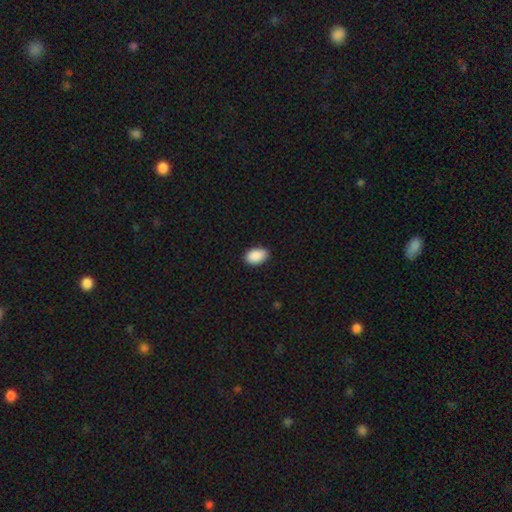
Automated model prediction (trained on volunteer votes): smooth-or-featured: smooth: 91% | star or artifact: 7% | featured or disk: 3%
  how-rounded: in between: 91% | round: 8% | cigar-shaped: 1%
  merging: none: 86% | minor disturbance: 11% | major disturbance: 2% | merger: 1%